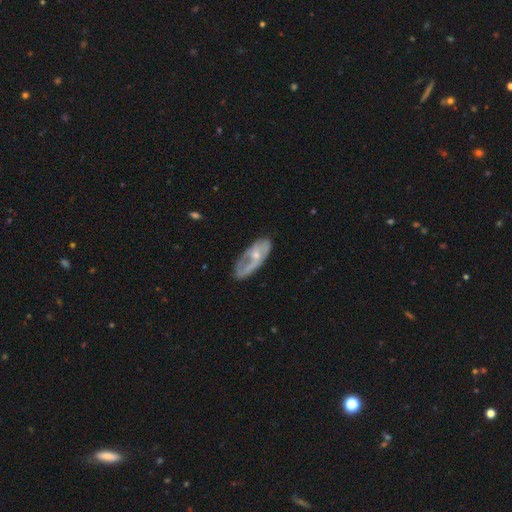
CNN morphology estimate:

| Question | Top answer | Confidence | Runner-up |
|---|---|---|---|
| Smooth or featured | featured or disk | 59% | smooth (35%) |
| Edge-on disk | no | 87% | yes (13%) |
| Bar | no | 72% | weak (22%) |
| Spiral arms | yes | 52% | no (48%) |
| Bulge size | small | 56% | moderate (37%) |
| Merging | none | 48% | minor disturbance (29%) |